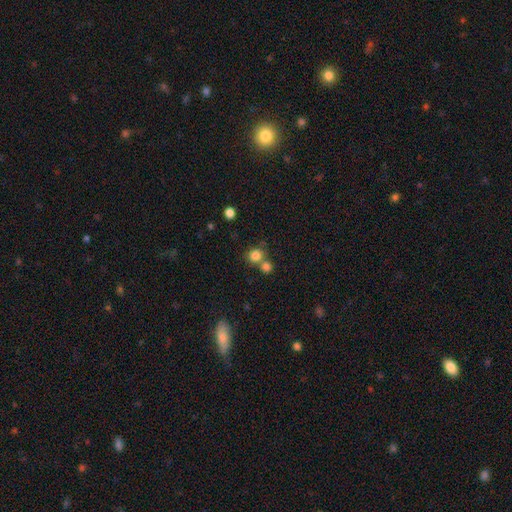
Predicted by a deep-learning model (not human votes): smooth_or_featured: smooth (p=0.81) [alt: star or artifact p=0.12]
how_rounded: round (p=0.87) [alt: in between p=0.12]
merging: none (p=0.55) [alt: merger p=0.34]